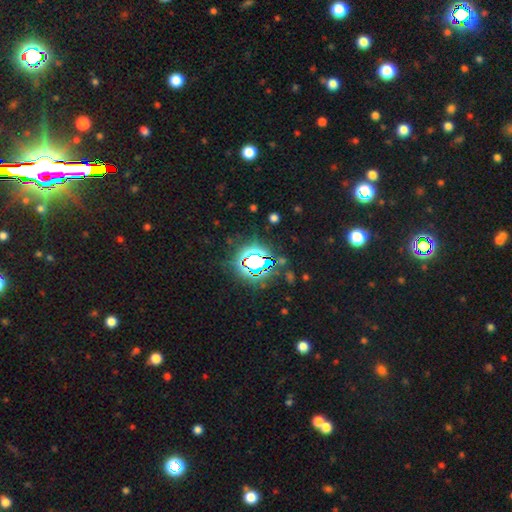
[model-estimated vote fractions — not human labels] Smooth or featured? star or artifact (79%)